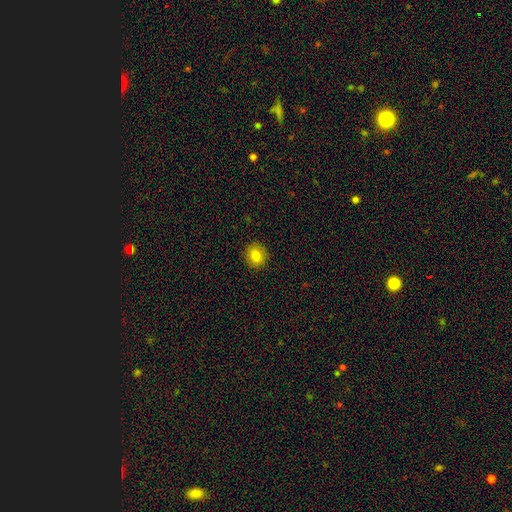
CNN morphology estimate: type=smooth (81%); roundness=round (82%); merging=none (90%).